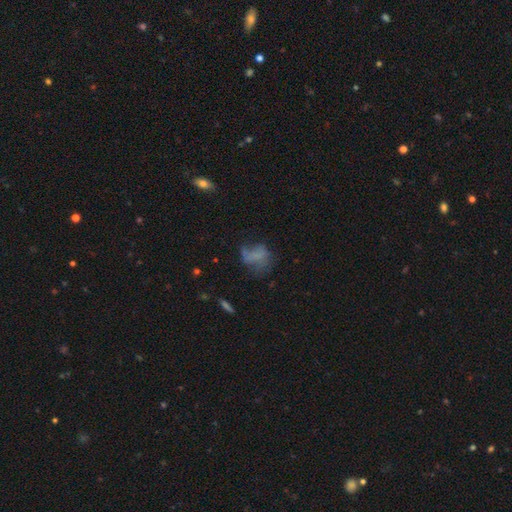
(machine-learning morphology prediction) A smooth galaxy with no disk features (48%).

Vote fractions:
- Smooth or featured? smooth: 48% / featured or disk: 35% / star or artifact: 16%
- Merging? none: 37% / major disturbance: 35% / minor disturbance: 23% / merger: 5%